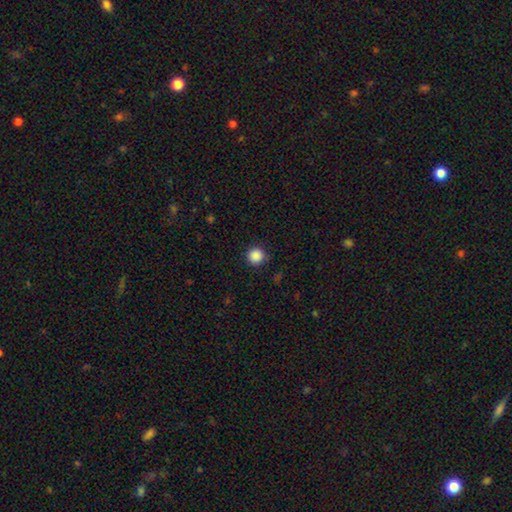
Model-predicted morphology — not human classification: A smooth galaxy with no disk features (87%) that is round (95%).

Vote fractions:
- Smooth or featured? smooth: 87% / star or artifact: 10% / featured or disk: 2%
- How rounded? round: 95% / in between: 4% / cigar-shaped: 1%
- Merging? none: 90% / minor disturbance: 7% / major disturbance: 2% / merger: 1%